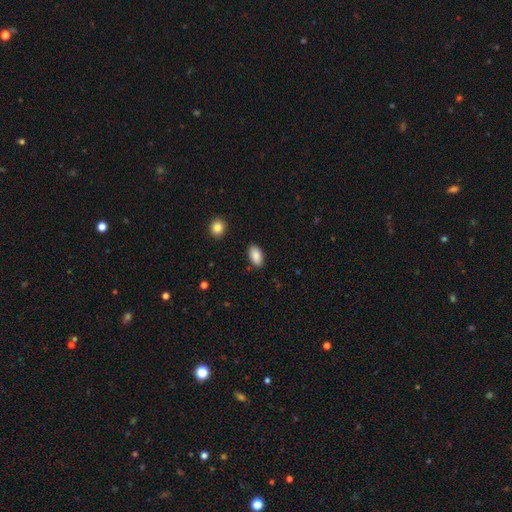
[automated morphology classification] The model was most divided on "merging": none: 87%, minor disturbance: 9%, major disturbance: 2%, merger: 1%. More confident: how rounded — in between (93%); smooth or featured — smooth (89%).